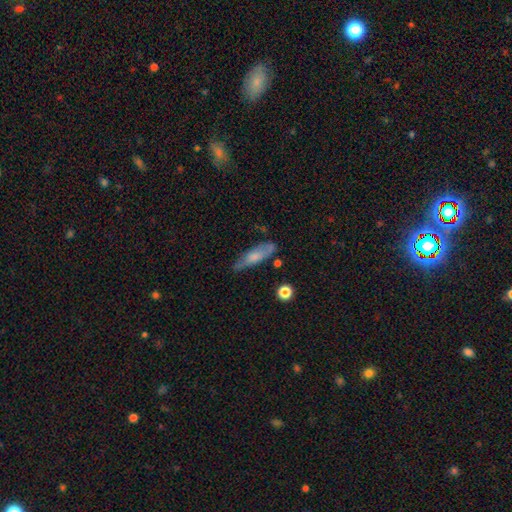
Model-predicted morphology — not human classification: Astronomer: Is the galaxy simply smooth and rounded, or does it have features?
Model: smooth — 57% (runner-up: featured or disk, 35%).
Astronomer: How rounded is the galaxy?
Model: cigar-shaped — 59% (runner-up: in between, 38%).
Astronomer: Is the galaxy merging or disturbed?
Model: none — 63%.